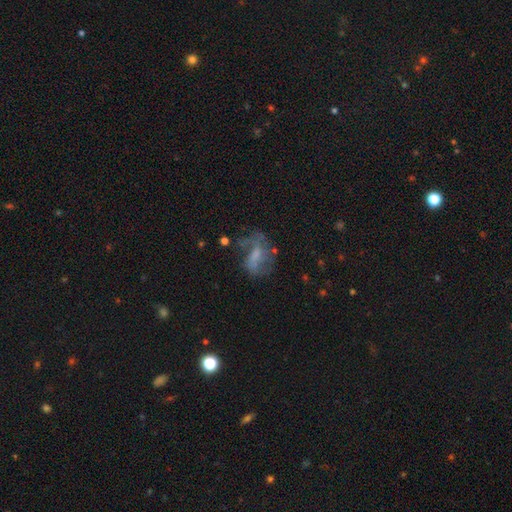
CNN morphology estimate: A featured or disk galaxy (59%) with no bar (45%), spiral arms (66%) and no central bulge (34%).

Vote fractions:
- Smooth or featured? featured or disk: 59% / smooth: 29% / star or artifact: 12%
- Edge-on disk? no: 96% / yes: 4%
- Bar? no: 45% / weak: 41% / strong: 14%
- Spiral arms? yes: 66% / no: 34%
- Bulge size? none: 34% / small: 29% / moderate: 28% / large: 7% / dominant: 2%
- Merging? none: 41% / major disturbance: 32% / minor disturbance: 22% / merger: 5%